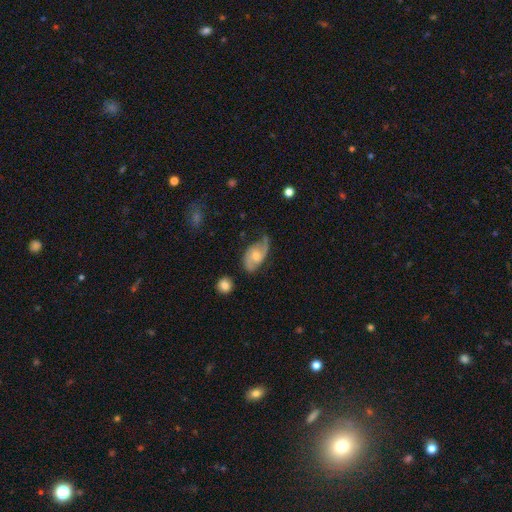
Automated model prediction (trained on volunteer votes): Q: Smooth or featured?
A: featured or disk (70%); runner-up: smooth (24%)
Q: Edge-on disk?
A: no (96%); runner-up: yes (4%)
Q: Bar?
A: no (55%); runner-up: weak (39%)
Q: Spiral arms?
A: yes (92%); runner-up: no (8%)
Q: Spiral winding?
A: medium (44%); runner-up: loose (36%)
Q: Spiral arm count?
A: 2 (81%); runner-up: can't tell (8%)
Q: Bulge size?
A: moderate (53%); runner-up: small (36%)
Q: Merging?
A: none (55%); runner-up: minor disturbance (30%)